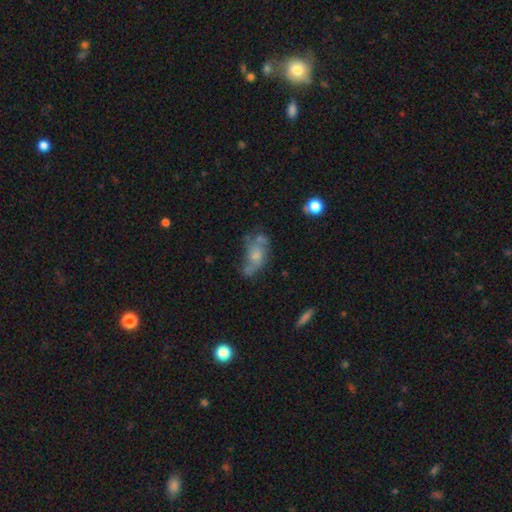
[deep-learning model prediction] Morphology: type=featured or disk (51%); edge-on=no (94%); merging=none (34%).